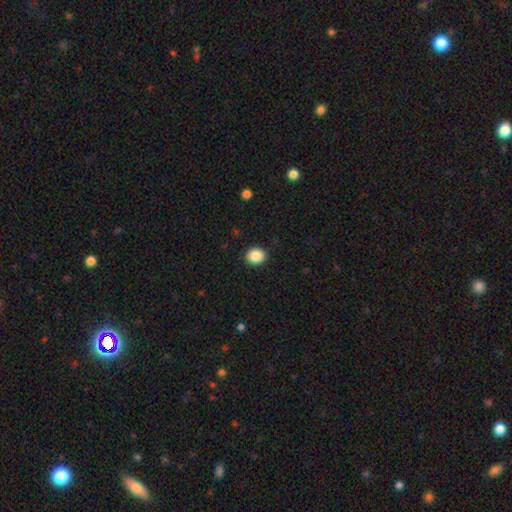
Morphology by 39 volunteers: Smooth or featured? 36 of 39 (92%) said smooth. How rounded? 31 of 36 (86%) said round. Merging? 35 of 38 (92%) said none.